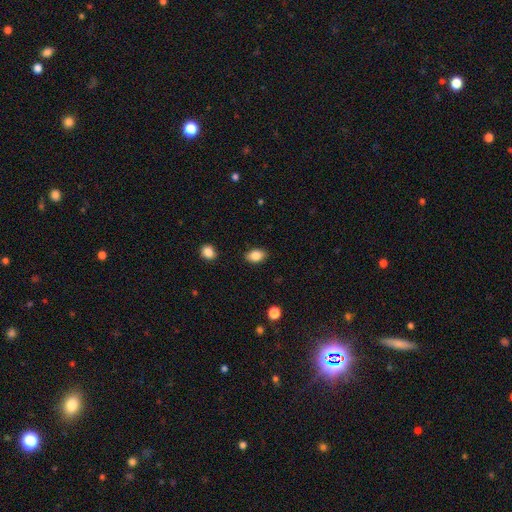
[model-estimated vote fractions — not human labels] Q: Smooth or featured?
A: smooth (84%); runner-up: star or artifact (8%)
Q: How rounded?
A: in between (85%); runner-up: round (14%)
Q: Merging?
A: none (86%); runner-up: minor disturbance (10%)